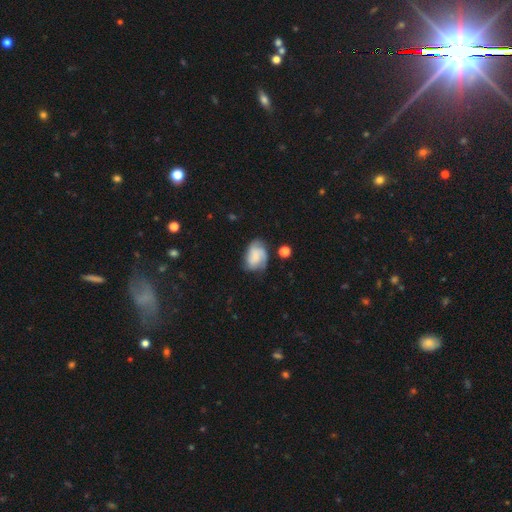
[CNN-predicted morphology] smooth_or_featured: featured or disk (p=0.49) [alt: smooth p=0.42]
merging: none (p=0.55) [alt: minor disturbance p=0.28]